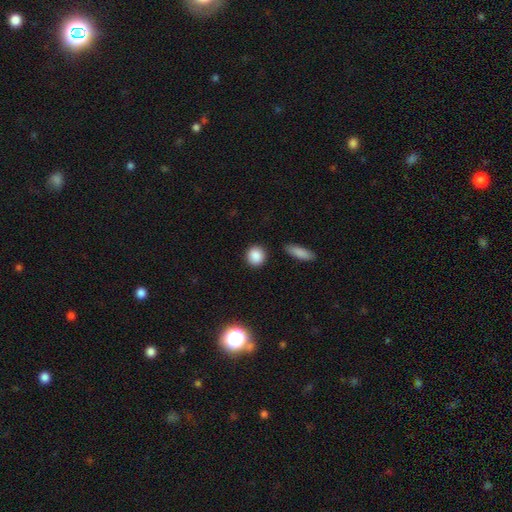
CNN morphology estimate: Smooth or featured?
  - smooth: 88% *
  - star or artifact: 8%
  - featured or disk: 4%
How rounded?
  - round: 82% *
  - in between: 16%
  - cigar-shaped: 2%
Merging?
  - none: 87% *
  - minor disturbance: 8%
  - merger: 3%
  - major disturbance: 2%